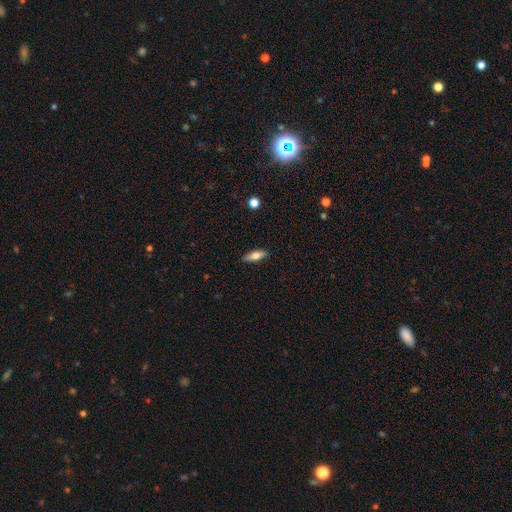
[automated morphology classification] The model was most divided on "how rounded": in between: 59%, cigar-shaped: 38%, round: 3%. More confident: merging — none (87%); smooth or featured — smooth (70%).